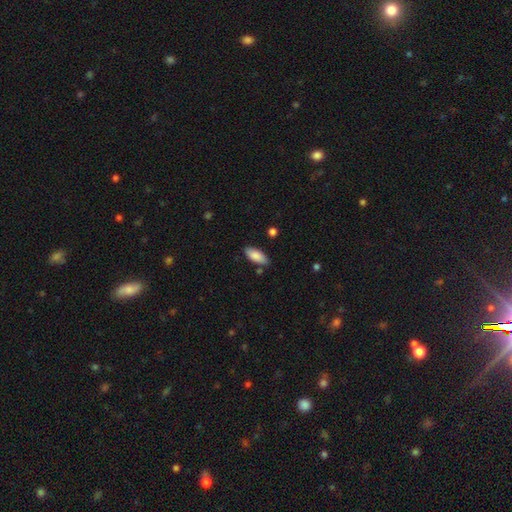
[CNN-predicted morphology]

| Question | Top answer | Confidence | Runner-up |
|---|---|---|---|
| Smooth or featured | smooth | 86% | featured or disk (7%) |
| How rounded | in between | 83% | cigar-shaped (15%) |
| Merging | none | 81% | minor disturbance (13%) |